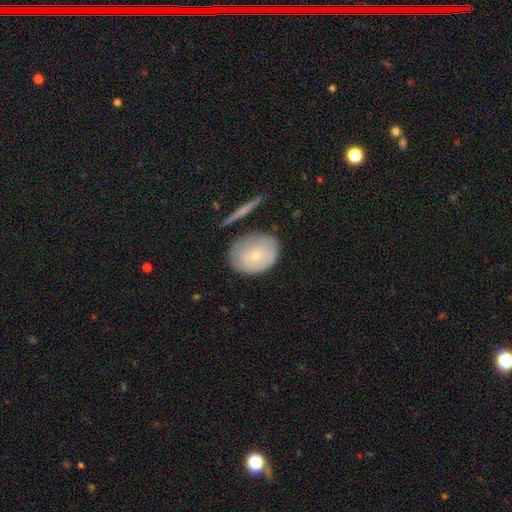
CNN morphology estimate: Smooth or featured?
  - smooth: 56% *
  - featured or disk: 37%
  - star or artifact: 7%
How rounded?
  - round: 53% *
  - in between: 46%
  - cigar-shaped: 2%
Merging?
  - none: 66% *
  - minor disturbance: 22%
  - major disturbance: 7%
  - merger: 5%